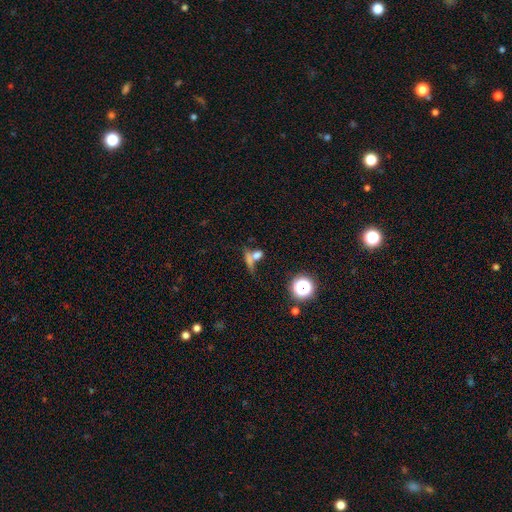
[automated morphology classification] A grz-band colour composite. It shows a smooth galaxy with no disk features (62%) that is in between round and cigar-shaped (41%). Merging: merger (43%).